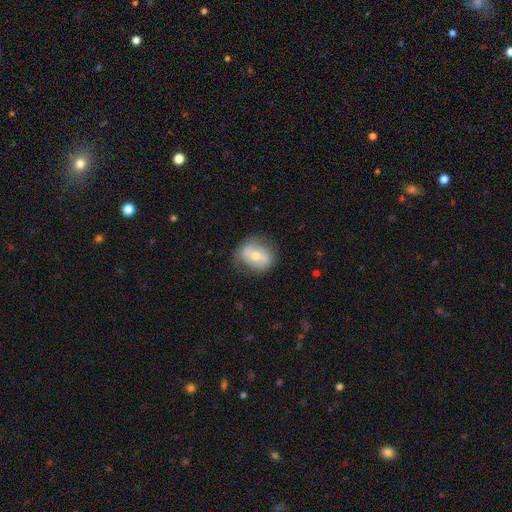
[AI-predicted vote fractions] A smooth galaxy with no disk features (47%).

Vote fractions:
- Smooth or featured? smooth: 47% / featured or disk: 46% / star or artifact: 7%
- Merging? none: 74% / minor disturbance: 18% / major disturbance: 7% / merger: 1%